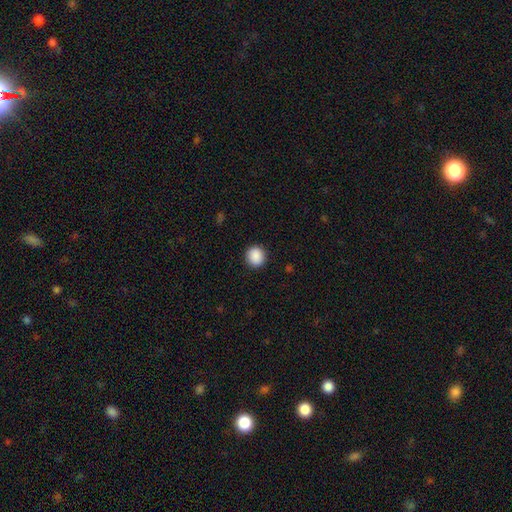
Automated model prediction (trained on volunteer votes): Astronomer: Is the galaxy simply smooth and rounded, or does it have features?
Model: smooth — 90%.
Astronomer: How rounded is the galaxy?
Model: round — 91%.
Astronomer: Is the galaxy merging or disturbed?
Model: none — 92%.